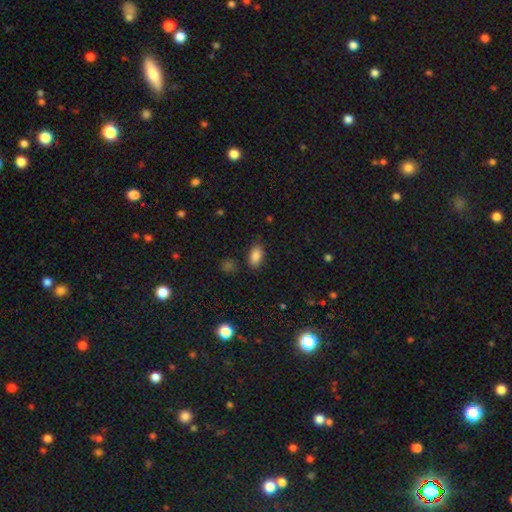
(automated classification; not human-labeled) Smooth or featured: smooth — 86% (star or artifact — 9%)
How rounded: in between — 91% (round — 5%)
Merging: none — 84% (minor disturbance — 11%)